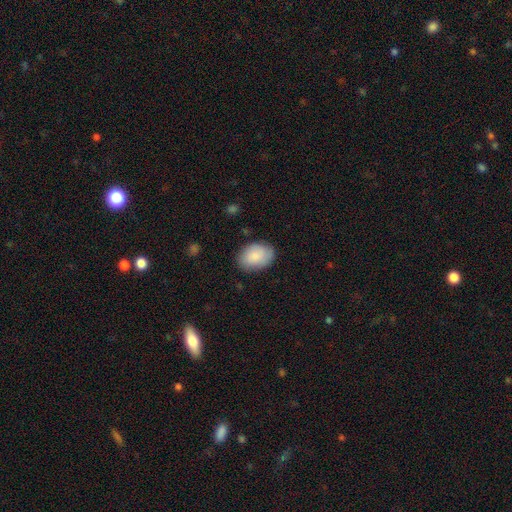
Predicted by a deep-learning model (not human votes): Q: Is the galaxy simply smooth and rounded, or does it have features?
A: smooth — 84%.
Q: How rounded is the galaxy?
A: in between — 80%.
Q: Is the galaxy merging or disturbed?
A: none — 80%.